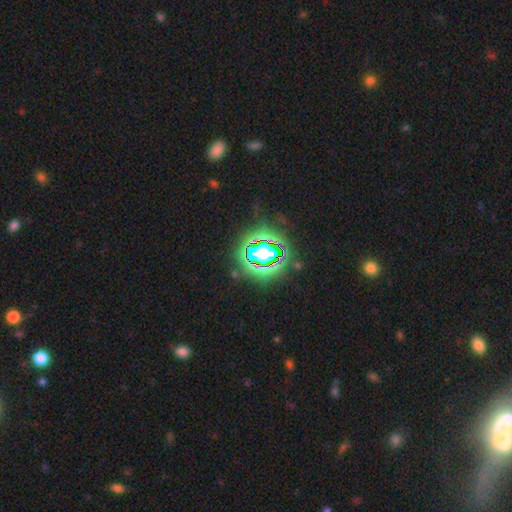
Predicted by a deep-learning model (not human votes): Smooth or featured?
  - star or artifact: 68% *
  - smooth: 20%
  - featured or disk: 12%